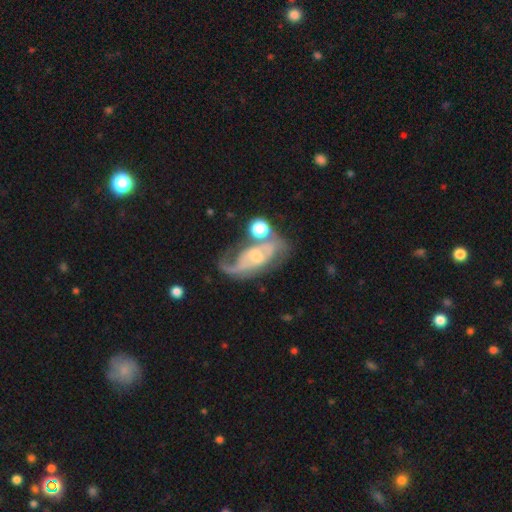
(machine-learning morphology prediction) Smooth or featured?
  - featured or disk: 81% *
  - smooth: 11%
  - star or artifact: 7%
Edge-on disk?
  - no: 95% *
  - yes: 5%
Bar?
  - weak: 43% *
  - no: 42%
  - strong: 15%
Spiral arms?
  - yes: 92% *
  - no: 8%
Spiral winding?
  - medium: 46% *
  - loose: 36%
  - tight: 18%
Spiral arm count?
  - 2: 72% *
  - 1: 15%
  - can't tell: 9%
  - 3: 2%
  - 4: 1%
  - more than 4: 1%
Bulge size?
  - small: 44% *
  - moderate: 43%
  - none: 6%
  - large: 5%
  - dominant: 1%
Merging?
  - none: 47% *
  - major disturbance: 19%
  - minor disturbance: 18%
  - merger: 16%